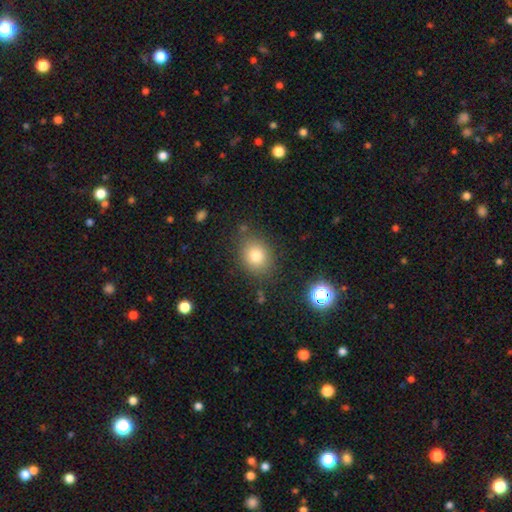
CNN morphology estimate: This is likely a smooth galaxy (80%). How rounded: possibly round (53%). Merging: clearly none (80%).